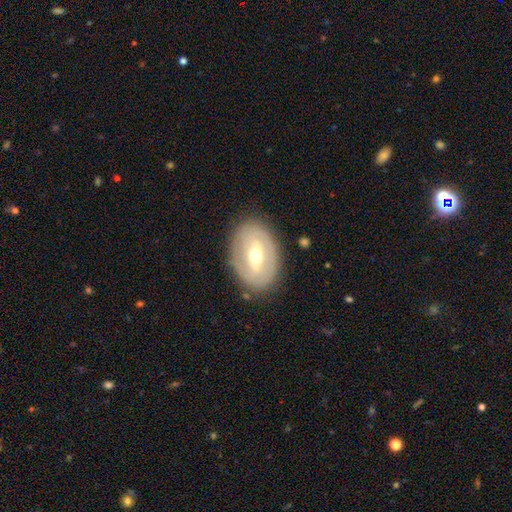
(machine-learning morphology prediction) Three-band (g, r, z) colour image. It shows a featured or disk galaxy (67%) with a weak bar (40%), no spiral arms (56%) and a moderate central bulge (70%). Merging: none (82%).